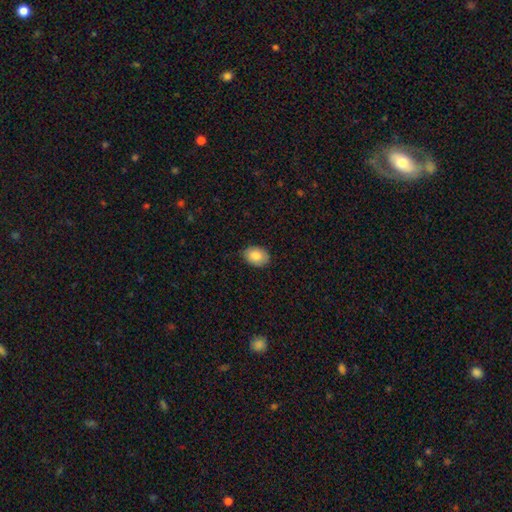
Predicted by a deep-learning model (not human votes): The model was most divided on "how rounded": in between: 75%, round: 24%, cigar-shaped: 1%. More confident: smooth or featured — smooth (85%); merging — none (79%).